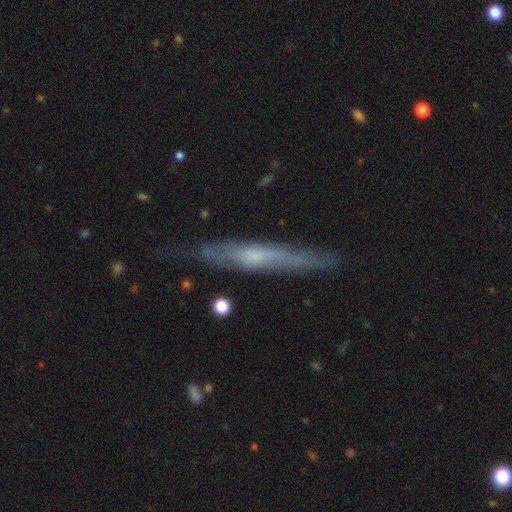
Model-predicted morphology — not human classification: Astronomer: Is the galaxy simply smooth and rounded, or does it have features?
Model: featured or disk — 58% (runner-up: smooth, 35%).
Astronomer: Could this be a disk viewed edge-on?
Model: yes — 87%.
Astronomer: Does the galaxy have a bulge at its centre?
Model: none — 51% (runner-up: rounded, 37%).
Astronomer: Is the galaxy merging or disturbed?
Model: none — 72%.